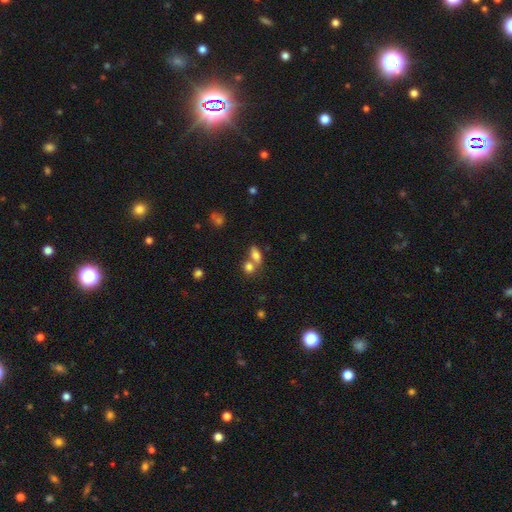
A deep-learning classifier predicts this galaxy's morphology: Q: Smooth or featured?
A: smooth (79%); runner-up: featured or disk (11%)
Q: How rounded?
A: in between (77%); runner-up: round (15%)
Q: Merging?
A: merger (46%); runner-up: none (40%)